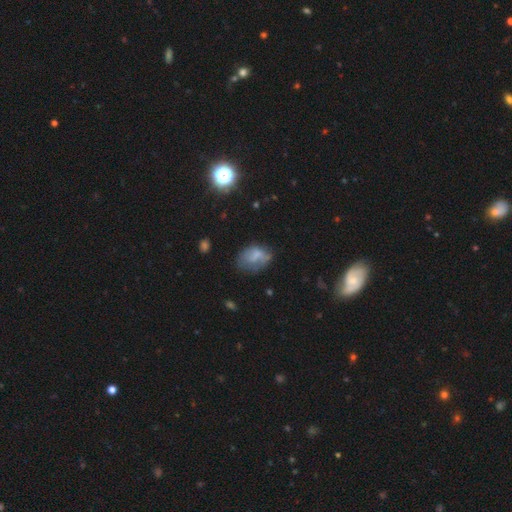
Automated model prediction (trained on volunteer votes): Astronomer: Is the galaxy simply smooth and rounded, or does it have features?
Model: smooth — 60%.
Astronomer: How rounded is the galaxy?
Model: in between — 75%.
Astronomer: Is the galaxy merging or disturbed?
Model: none — 43% (runner-up: minor disturbance, 32%).